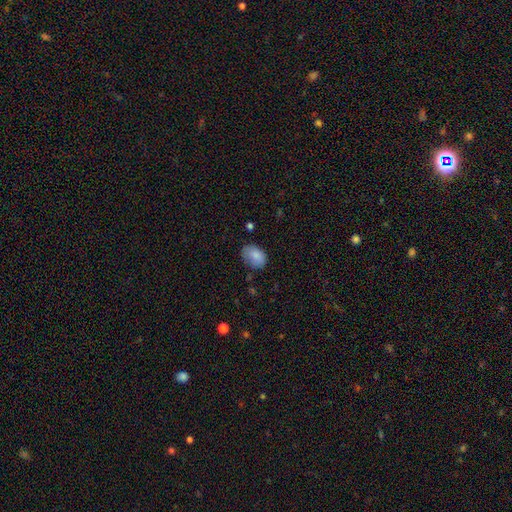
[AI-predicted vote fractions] Smooth or featured? smooth (85%)
How rounded? in between (84%)
Merging? none (66%)